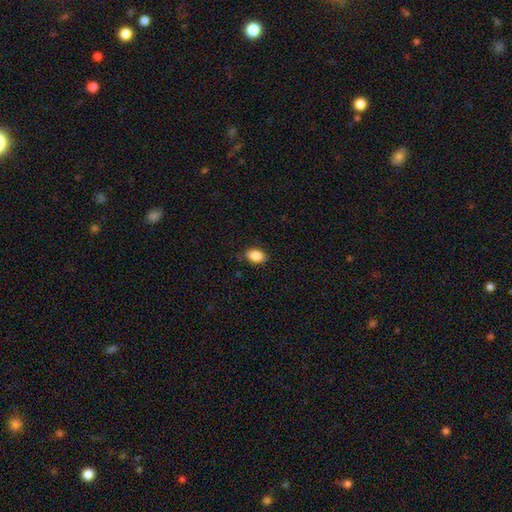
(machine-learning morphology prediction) Smooth or featured: smooth — 87% (star or artifact — 8%)
How rounded: in between — 87% (round — 12%)
Merging: none — 85% (minor disturbance — 11%)